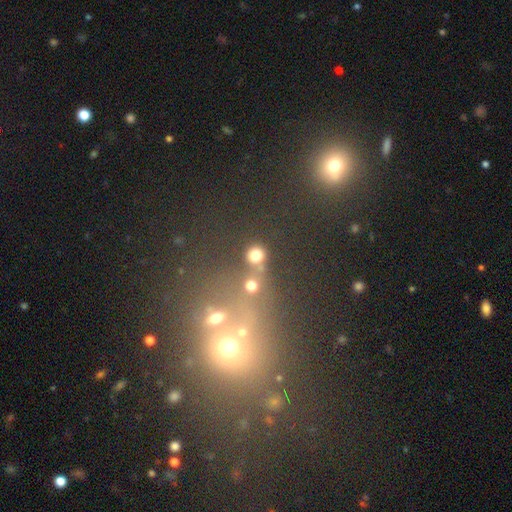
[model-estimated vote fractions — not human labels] A smooth galaxy with no disk features (76%) that is round (88%).

Vote fractions:
- Smooth or featured? smooth: 76% / star or artifact: 17% / featured or disk: 7%
- How rounded? round: 88% / in between: 10% / cigar-shaped: 1%
- Merging? none: 65% / merger: 20% / minor disturbance: 9% / major disturbance: 6%